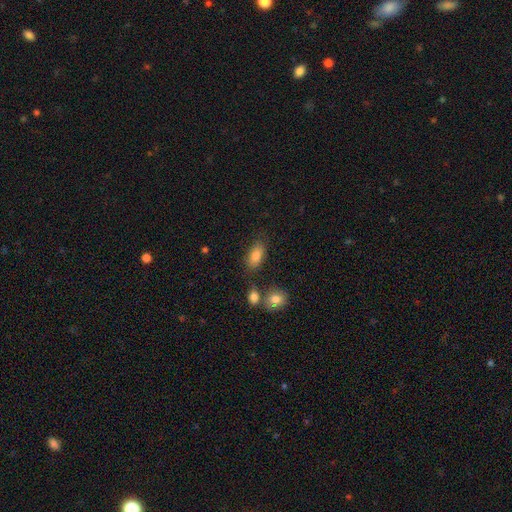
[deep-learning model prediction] The model was most divided on "merging": none: 72%, minor disturbance: 15%, merger: 8%, major disturbance: 5%. More confident: how rounded — in between (89%); smooth or featured — smooth (84%).